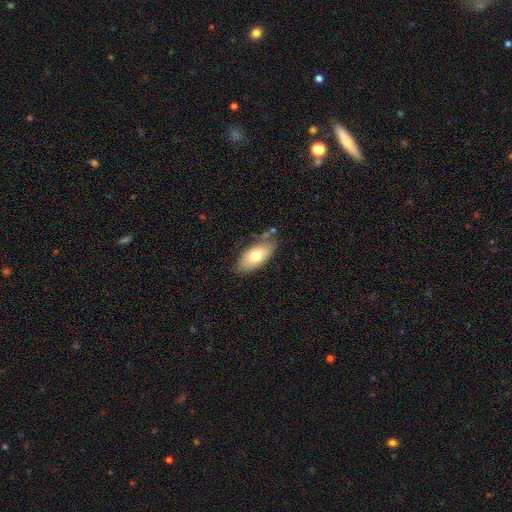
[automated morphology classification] Q: Smooth or featured?
A: smooth (73%); runner-up: featured or disk (21%)
Q: How rounded?
A: in between (90%); runner-up: cigar-shaped (7%)
Q: Merging?
A: none (73%); runner-up: minor disturbance (19%)